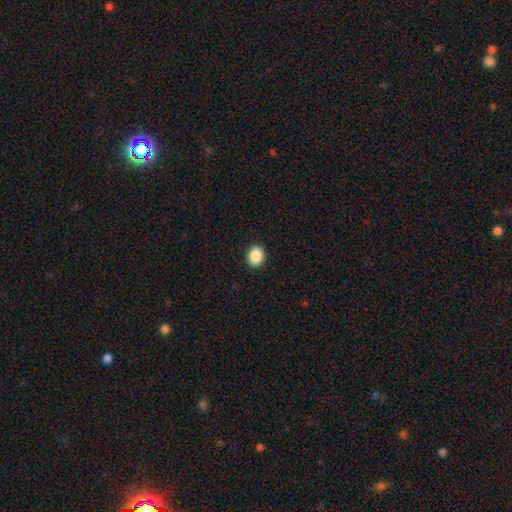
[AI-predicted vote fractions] Smooth or featured? smooth (89%)
How rounded? round (52%)
Merging? none (92%)